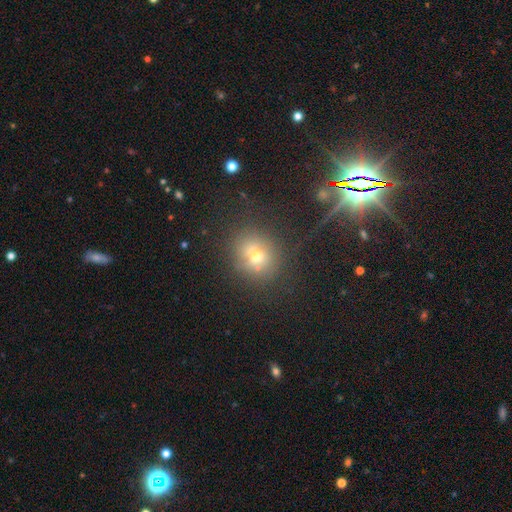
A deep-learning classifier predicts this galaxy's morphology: Q: Smooth or featured?
A: smooth (59%); runner-up: star or artifact (24%)
Q: How rounded?
A: round (80%); runner-up: in between (19%)
Q: Merging?
A: none (76%); runner-up: minor disturbance (12%)